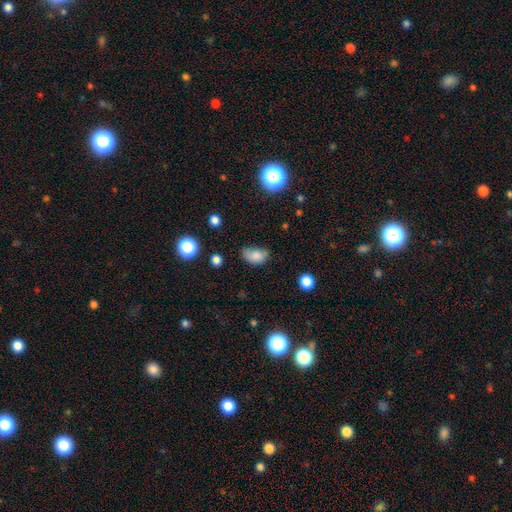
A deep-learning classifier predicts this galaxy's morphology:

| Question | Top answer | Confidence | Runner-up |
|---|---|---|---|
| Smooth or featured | smooth | 79% | star or artifact (11%) |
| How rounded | in between | 86% | round (12%) |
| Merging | none | 45% | minor disturbance (38%) |